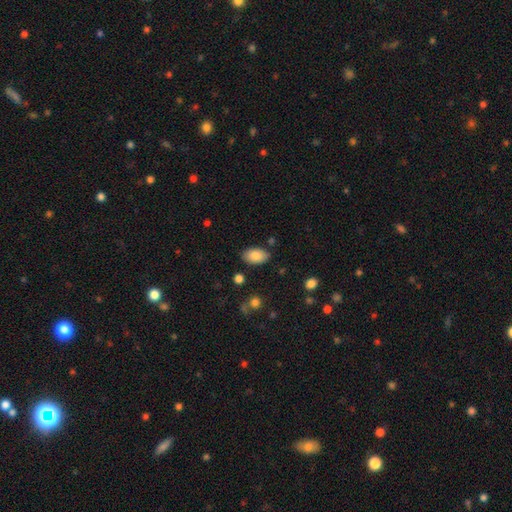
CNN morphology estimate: Smooth or featured?
  - smooth: 85% *
  - featured or disk: 8%
  - star or artifact: 7%
How rounded?
  - in between: 94% *
  - round: 5%
  - cigar-shaped: 2%
Merging?
  - none: 83% *
  - minor disturbance: 12%
  - major disturbance: 3%
  - merger: 2%